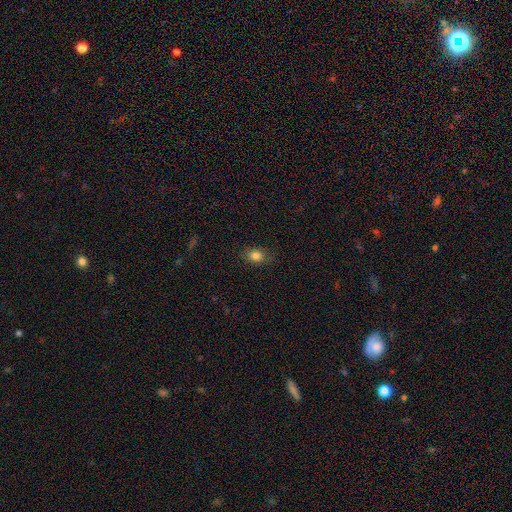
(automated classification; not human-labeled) Smooth or featured?
  - smooth: 82% *
  - star or artifact: 12%
  - featured or disk: 6%
How rounded?
  - in between: 58% *
  - round: 41%
  - cigar-shaped: 2%
Merging?
  - none: 83% *
  - minor disturbance: 13%
  - major disturbance: 3%
  - merger: 1%